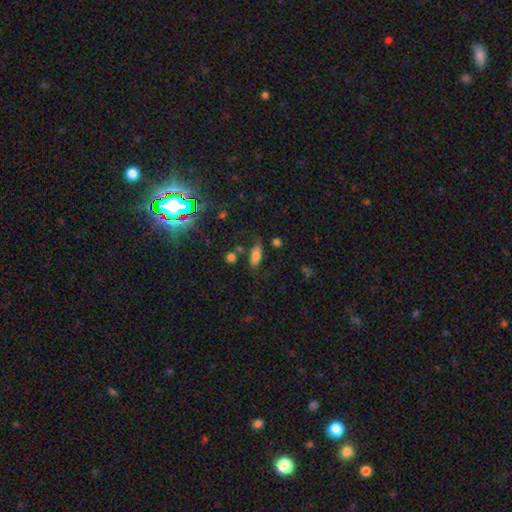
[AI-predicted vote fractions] This appears to be a smooth galaxy with no disk features (73%) that is in between round and cigar-shaped (82%). Merging: none (67%).